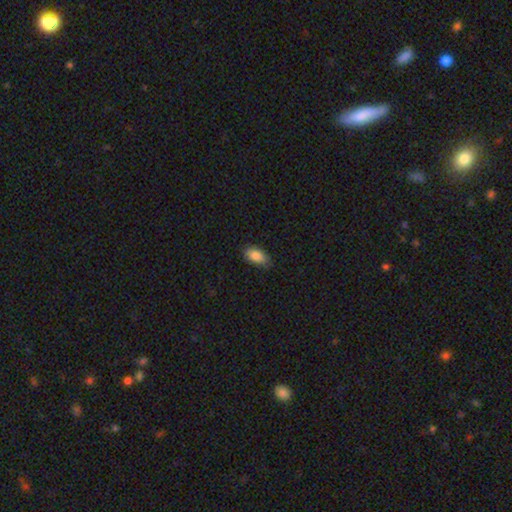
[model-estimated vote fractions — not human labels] This appears to be a smooth galaxy with no disk features (87%) that is in between round and cigar-shaped (92%). Merging: none (76%).